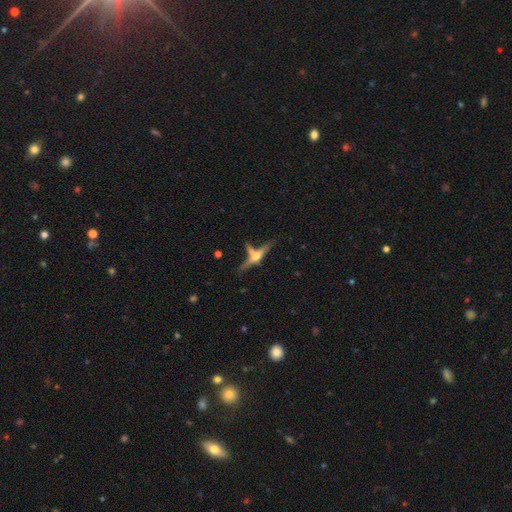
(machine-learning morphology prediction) Q: Smooth or featured?
A: featured or disk (60%); runner-up: smooth (30%)
Q: Edge-on disk?
A: yes (87%); runner-up: no (13%)
Q: Edge-on bulge?
A: rounded (77%); runner-up: none (15%)
Q: Merging?
A: none (50%); runner-up: merger (25%)